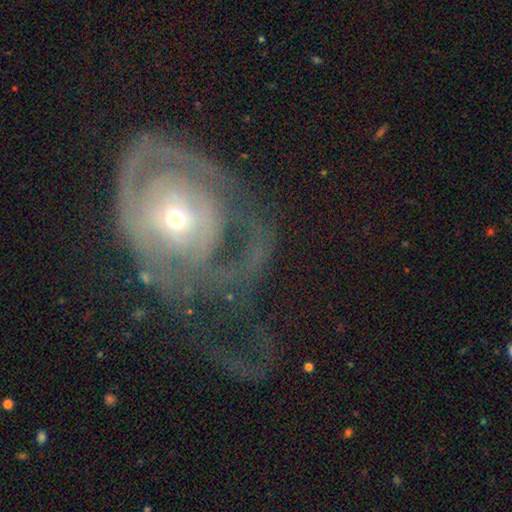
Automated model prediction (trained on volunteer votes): This appears to be a featured or disk galaxy (78%) with no bar (77%), tight (56%) spiral arms (71%) and a small central bulge (60%). Merging: major disturbance (48%).